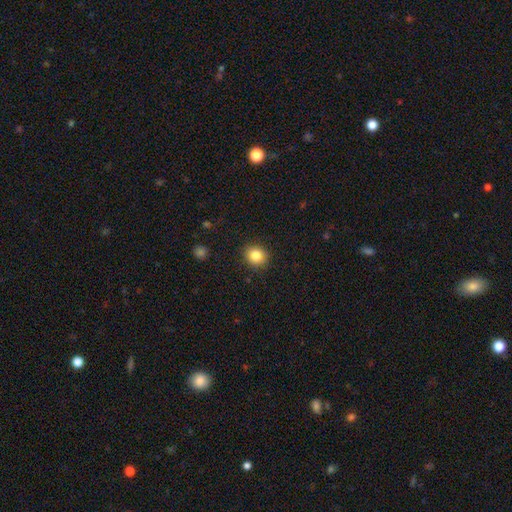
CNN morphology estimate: Q: Smooth or featured?
A: smooth (83%); runner-up: star or artifact (10%)
Q: How rounded?
A: round (79%); runner-up: in between (20%)
Q: Merging?
A: none (90%); runner-up: minor disturbance (7%)